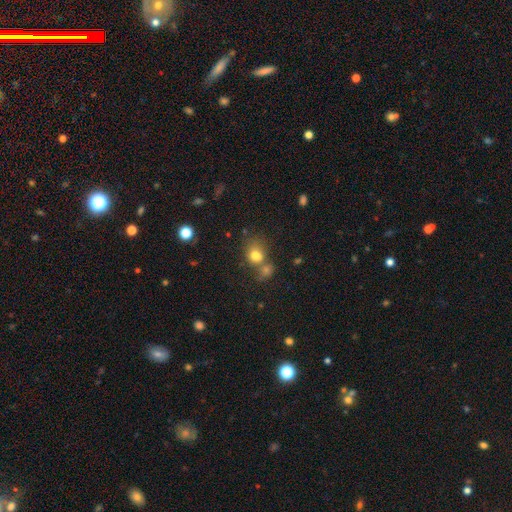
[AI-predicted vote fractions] The model was most divided on "how rounded": round: 52%, in between: 47%, cigar-shaped: 1%. Remaining: smooth or featured — smooth (74%); merging — merger (48%).